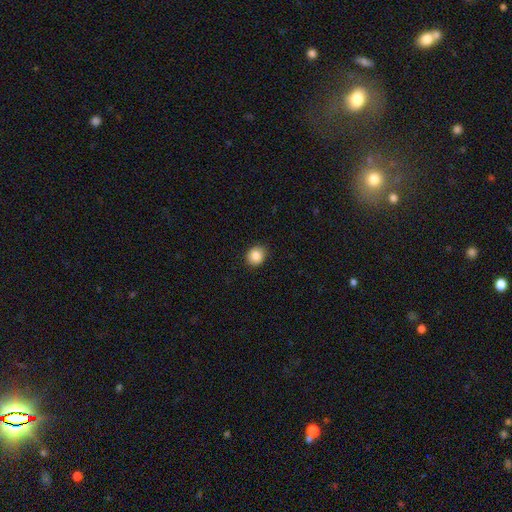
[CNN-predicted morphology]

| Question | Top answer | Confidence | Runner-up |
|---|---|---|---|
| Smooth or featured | smooth | 86% | star or artifact (9%) |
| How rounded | round | 72% | in between (27%) |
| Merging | none | 88% | minor disturbance (9%) |